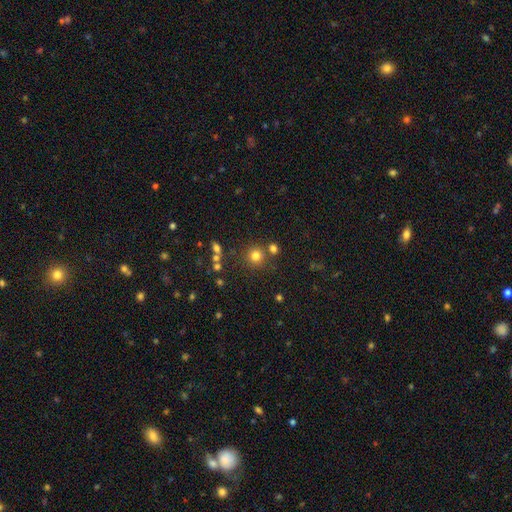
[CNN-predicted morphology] type=smooth (77%); roundness=round (92%); merging=none (77%).